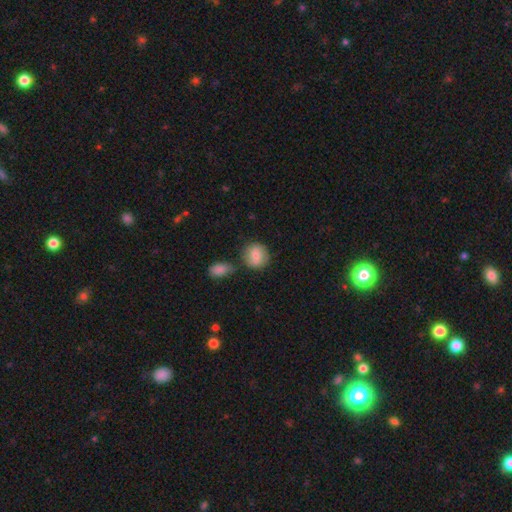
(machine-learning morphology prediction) Smooth or featured?
  - smooth: 77% *
  - featured or disk: 15%
  - star or artifact: 7%
How rounded?
  - round: 79% *
  - in between: 20%
  - cigar-shaped: 1%
Merging?
  - none: 68% *
  - minor disturbance: 15%
  - merger: 13%
  - major disturbance: 4%